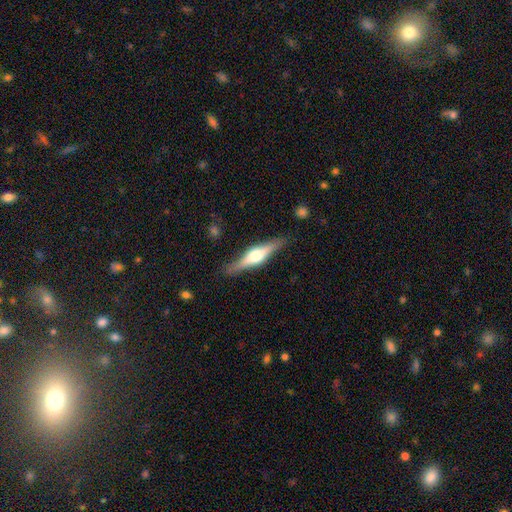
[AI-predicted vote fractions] A featured or disk galaxy (68%) viewed edge-on (96%) with a rounded central bulge (90%). Merging: none (85%).